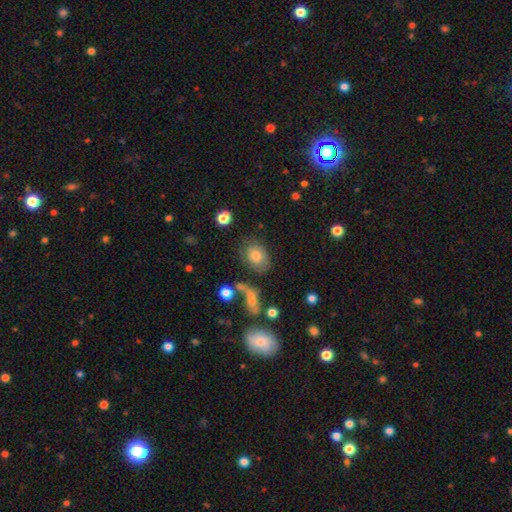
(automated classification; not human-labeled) smooth_or_featured: smooth (p=0.73) [alt: featured or disk p=0.16]
how_rounded: in between (p=0.72) [alt: round p=0.26]
merging: none (p=0.64) [alt: minor disturbance p=0.18]